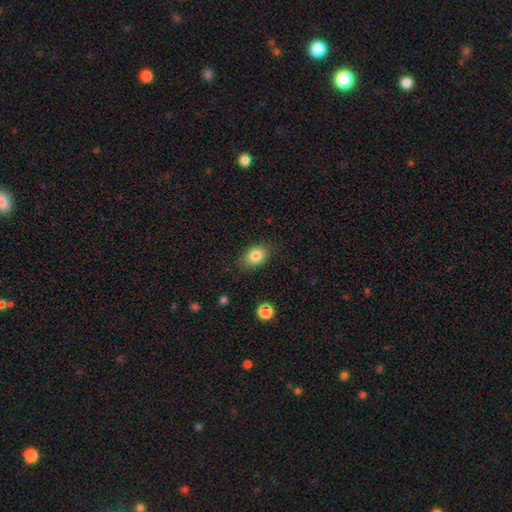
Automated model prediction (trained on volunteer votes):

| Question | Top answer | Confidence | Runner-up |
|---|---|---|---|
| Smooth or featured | smooth | 83% | star or artifact (9%) |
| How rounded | in between | 73% | round (26%) |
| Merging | none | 83% | minor disturbance (13%) |